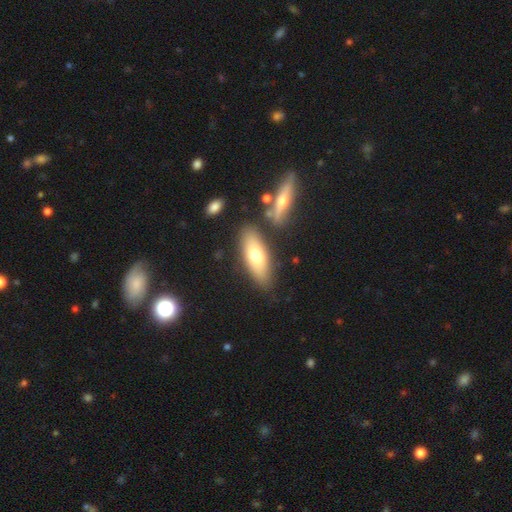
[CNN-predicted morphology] Smooth or featured? smooth (66%)
How rounded? in between (68%)
Merging? none (78%)